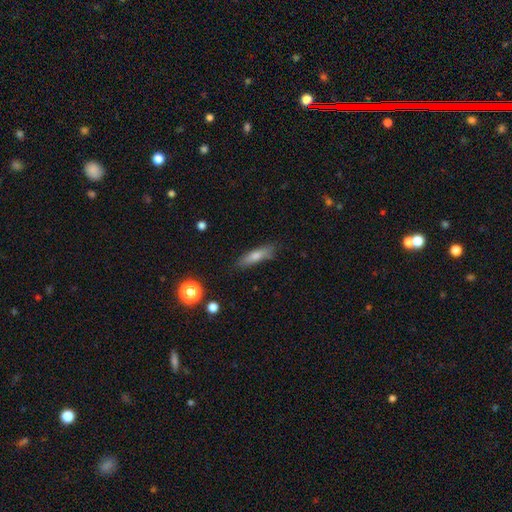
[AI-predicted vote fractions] smooth_or_featured: smooth (p=0.66) [alt: featured or disk p=0.24]
how_rounded: cigar-shaped (p=0.73) [alt: in between p=0.24]
merging: none (p=0.83) [alt: minor disturbance p=0.13]